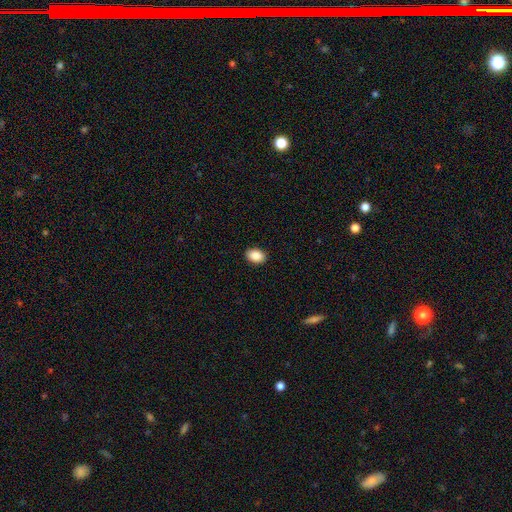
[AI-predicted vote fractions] smooth 89%, star or artifact 8%, featured or disk 4%. Down the decision tree: how rounded — in between (81%); merging — none (90%).